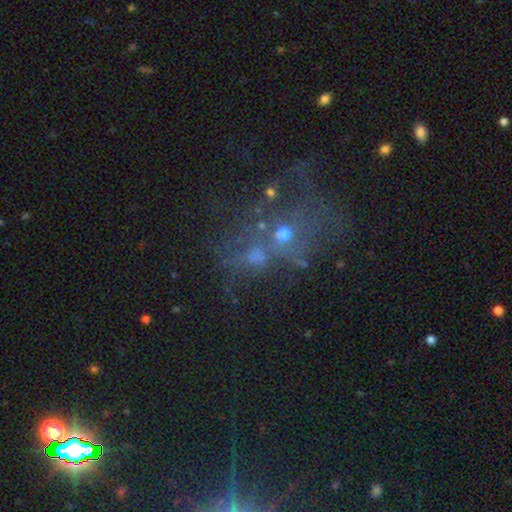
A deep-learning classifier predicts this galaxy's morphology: Smooth or featured? Predicted: star or artifact (p=0.37).